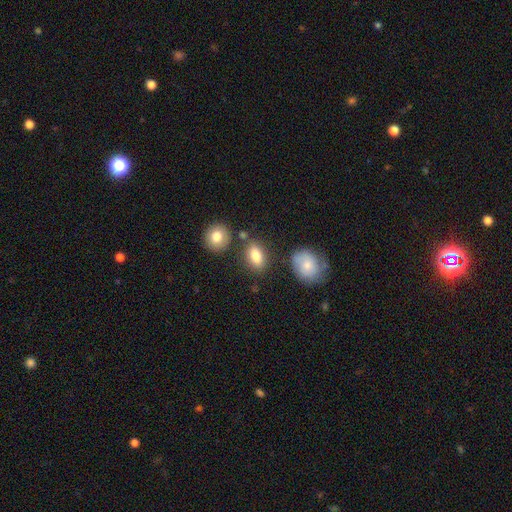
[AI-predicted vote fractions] Smooth or featured? Predicted: smooth (p=0.82). How rounded? Predicted: in between (p=0.85). Merging? Predicted: none (p=0.77).